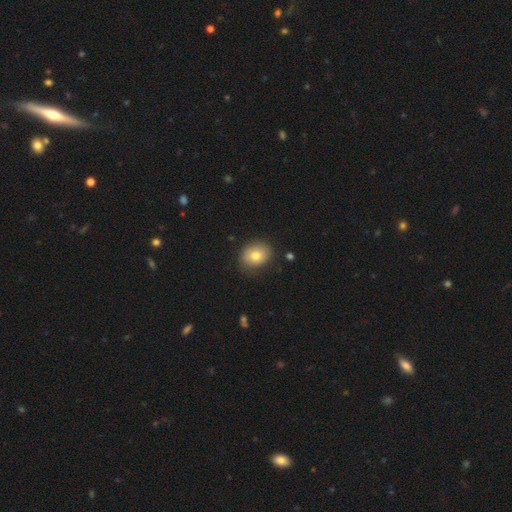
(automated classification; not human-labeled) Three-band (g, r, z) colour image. It shows a smooth galaxy with no disk features (76%) that is in between round and cigar-shaped (50%). Merging: none (80%).